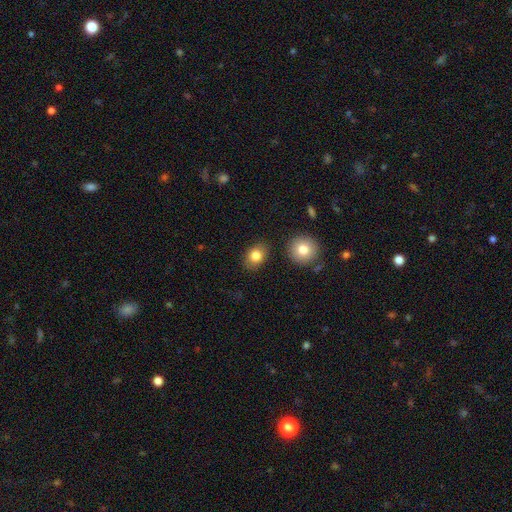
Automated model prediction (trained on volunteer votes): A smooth galaxy with no disk features (82%) that is in between round and cigar-shaped (57%).

Vote fractions:
- Smooth or featured? smooth: 82% / featured or disk: 9% / star or artifact: 9%
- How rounded? in between: 57% / round: 42% / cigar-shaped: 1%
- Merging? none: 83% / minor disturbance: 11% / merger: 4% / major disturbance: 3%